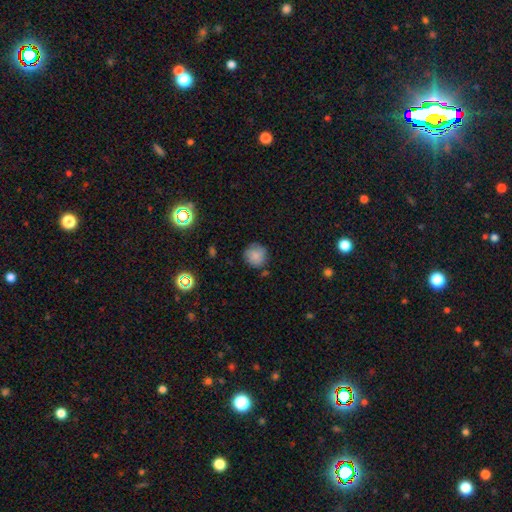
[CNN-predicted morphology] Smooth or featured? Predicted: smooth (p=0.80). How rounded? Predicted: round (p=0.92). Merging? Predicted: none (p=0.76).